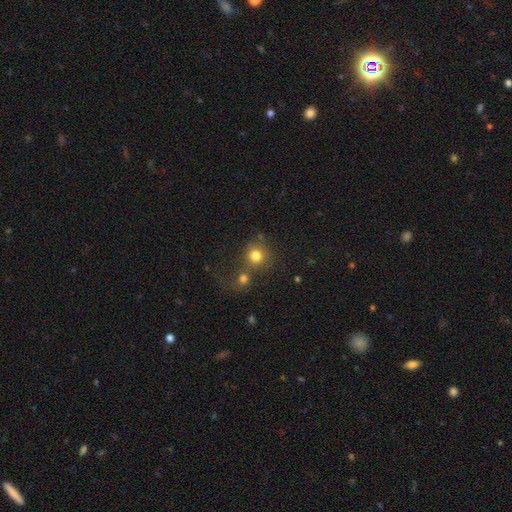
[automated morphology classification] smooth 77%, star or artifact 13%, featured or disk 9%. Down the decision tree: how rounded — round (88%); merging — none (48%).